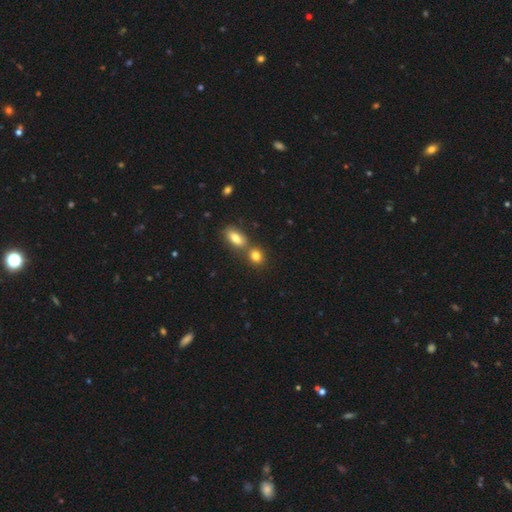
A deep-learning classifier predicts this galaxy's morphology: A smooth galaxy with no disk features (81%) that is round (53%). Merging: none (50%).